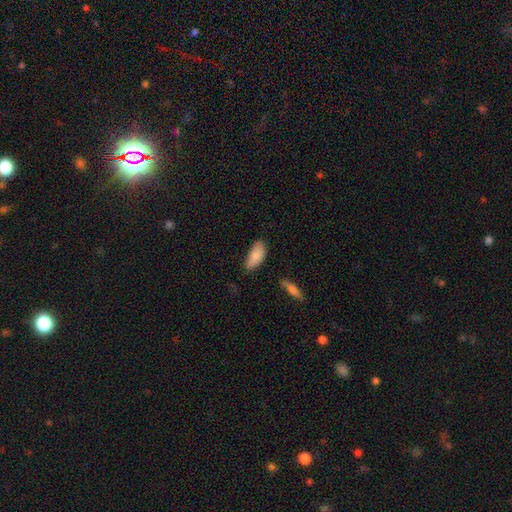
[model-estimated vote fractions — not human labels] The model was most divided on "merging": none: 66%, minor disturbance: 26%, major disturbance: 5%, merger: 3%. More confident: smooth or featured — smooth (87%); how rounded — in between (84%).